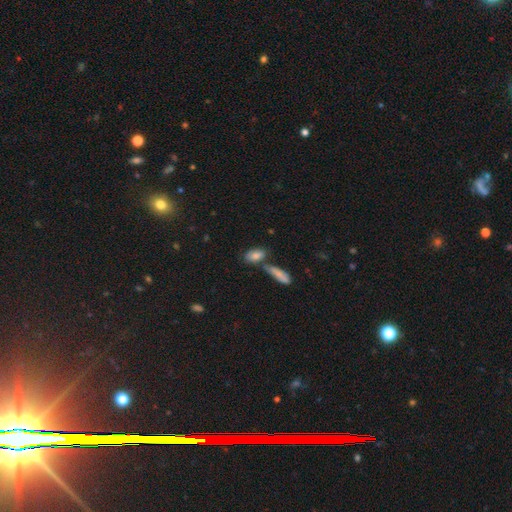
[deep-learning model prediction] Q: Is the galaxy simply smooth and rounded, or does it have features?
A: smooth — 81%.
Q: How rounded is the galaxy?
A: in between — 85%.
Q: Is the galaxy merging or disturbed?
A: none — 51%.